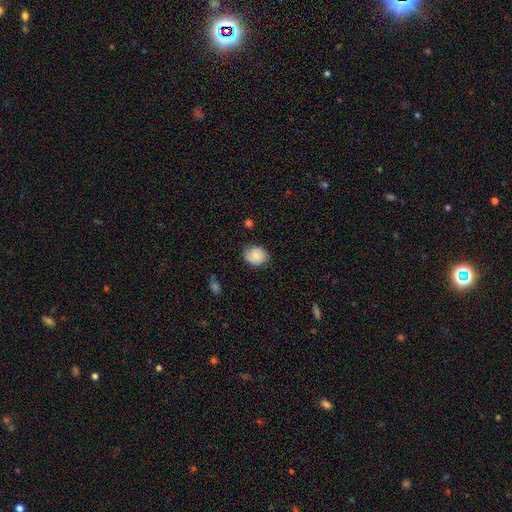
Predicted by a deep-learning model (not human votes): This is likely a smooth galaxy (75%). How rounded: possibly round (52%). Merging: likely none (76%).